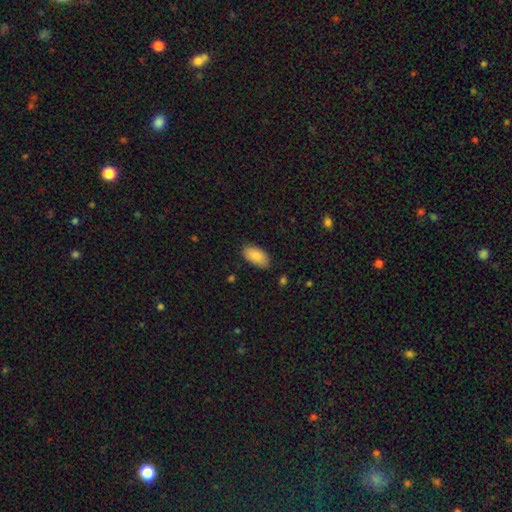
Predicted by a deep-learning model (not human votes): The model was most divided on "merging": none: 83%, minor disturbance: 13%, major disturbance: 3%, merger: 1%. More confident: how rounded — in between (95%); smooth or featured — smooth (88%).